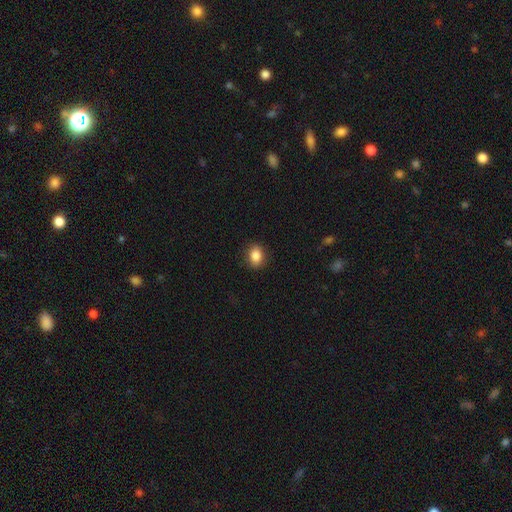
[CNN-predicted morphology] This appears to be a smooth galaxy with no disk features (87%) that is in between round and cigar-shaped (59%). Merging: none (88%).